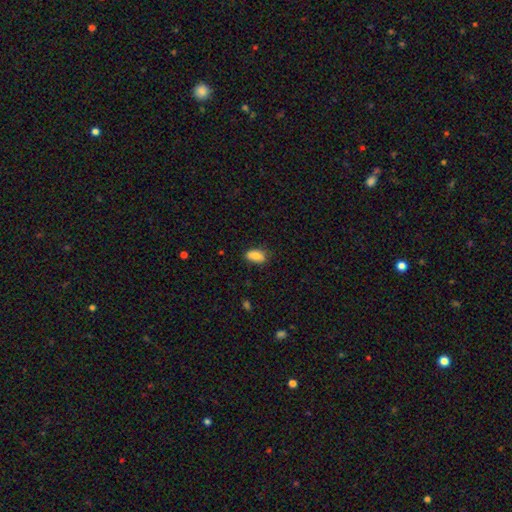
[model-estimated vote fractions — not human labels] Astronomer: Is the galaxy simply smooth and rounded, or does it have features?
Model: smooth — 83%.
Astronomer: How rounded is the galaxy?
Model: in between — 91%.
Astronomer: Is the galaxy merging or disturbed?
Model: none — 78%.